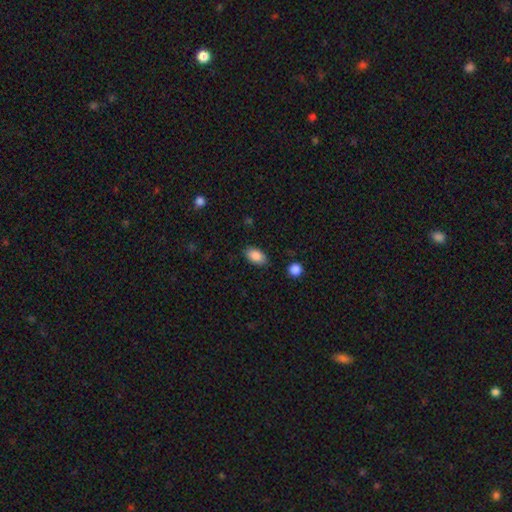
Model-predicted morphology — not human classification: A smooth galaxy with no disk features (87%) that is in between round and cigar-shaped (91%). Merging: none (84%).